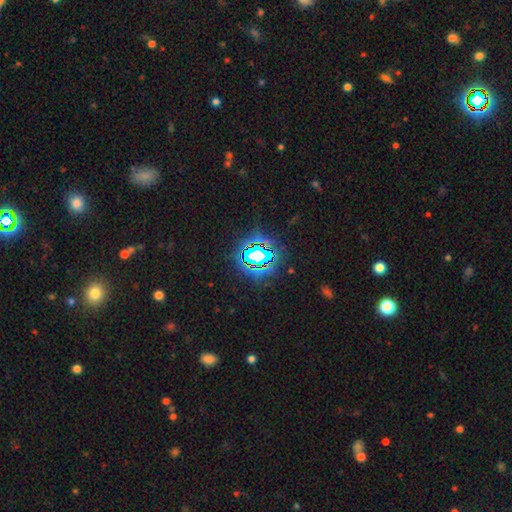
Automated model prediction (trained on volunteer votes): Morphology: type=star or artifact (76%).